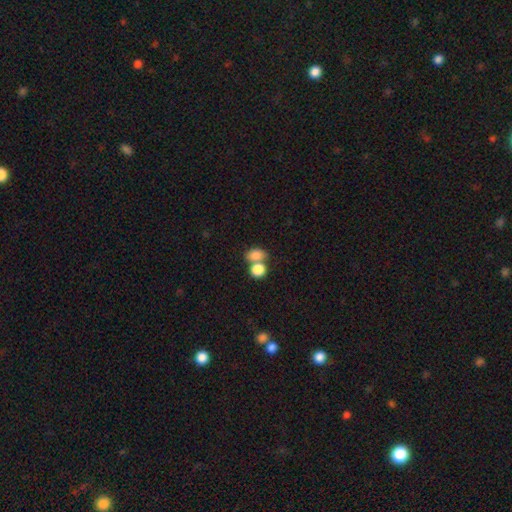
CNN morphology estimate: smooth_or_featured: smooth (p=0.82) [alt: star or artifact p=0.10]
how_rounded: in between (p=0.64) [alt: round p=0.34]
merging: merger (p=0.48) [alt: none p=0.37]